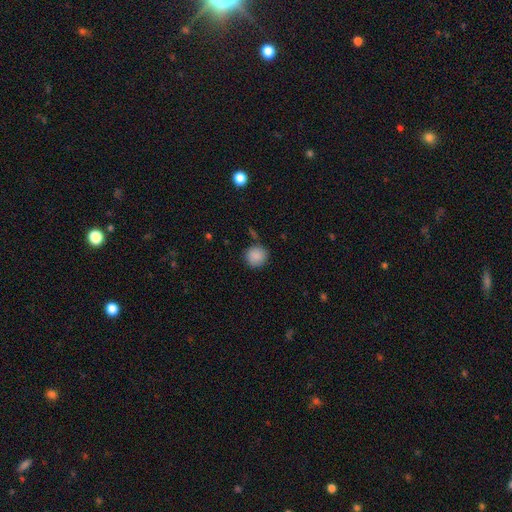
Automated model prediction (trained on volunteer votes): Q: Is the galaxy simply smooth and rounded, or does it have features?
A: smooth — 89%.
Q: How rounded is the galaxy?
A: round — 91%.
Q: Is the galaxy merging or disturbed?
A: none — 84%.